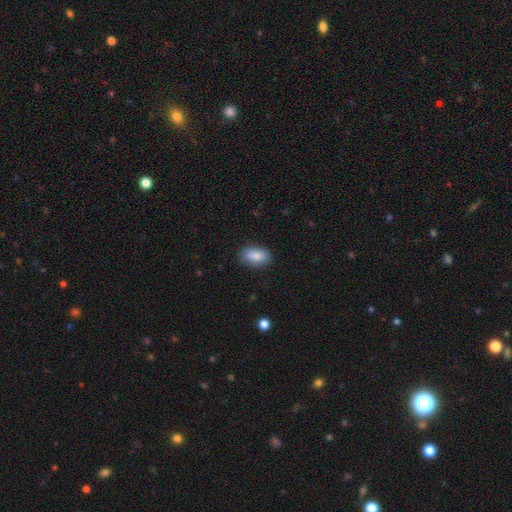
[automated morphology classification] Smooth or featured?
  - smooth: 86% *
  - featured or disk: 7%
  - star or artifact: 7%
How rounded?
  - in between: 90% *
  - round: 7%
  - cigar-shaped: 3%
Merging?
  - none: 84% *
  - minor disturbance: 12%
  - major disturbance: 3%
  - merger: 1%